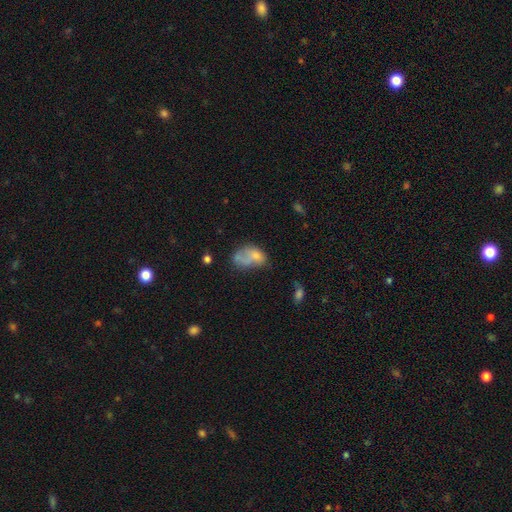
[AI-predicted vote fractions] smooth_or_featured: smooth (p=0.61) [alt: featured or disk p=0.26]
how_rounded: in between (p=0.83) [alt: round p=0.15]
merging: merger (p=0.28) [alt: none p=0.26]